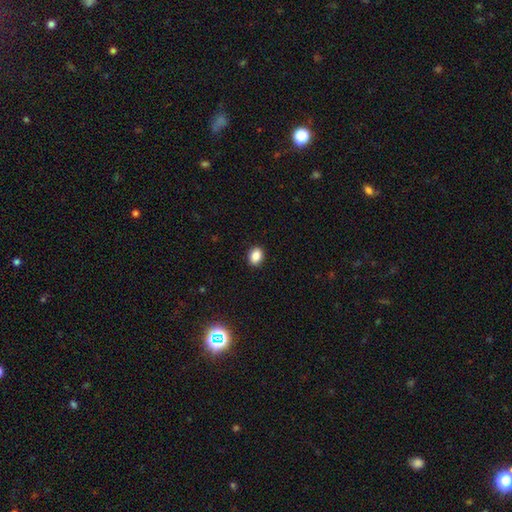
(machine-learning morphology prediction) The model was most divided on "how rounded": in between: 68%, round: 31%, cigar-shaped: 1%. More confident: merging — none (91%); smooth or featured — smooth (85%).